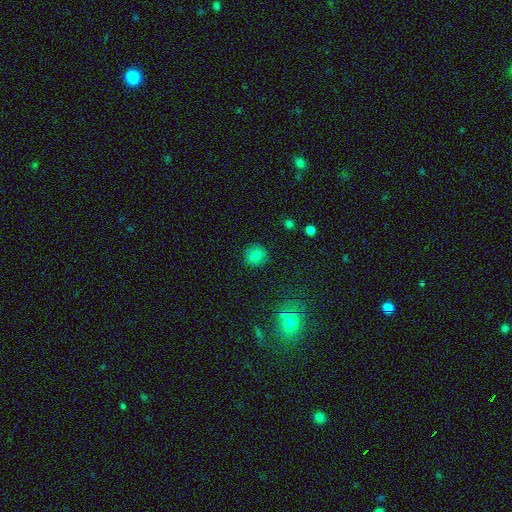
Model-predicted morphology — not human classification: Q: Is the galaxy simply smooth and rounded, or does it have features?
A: smooth — 81%.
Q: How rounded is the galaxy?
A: round — 89%.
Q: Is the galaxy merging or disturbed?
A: none — 89%.